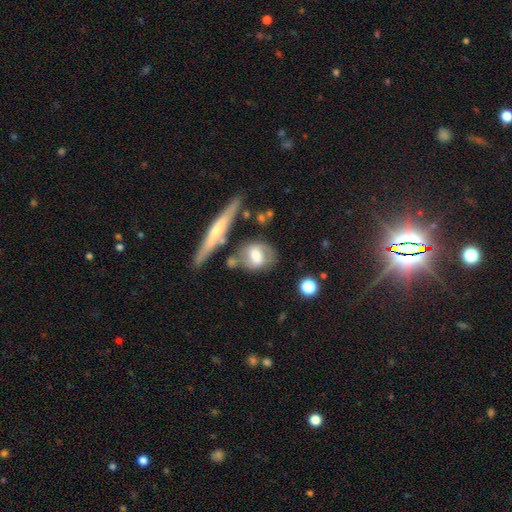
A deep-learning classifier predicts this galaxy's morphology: Smooth or featured: smooth — 47% (featured or disk — 46%)
Merging: none — 61% (minor disturbance — 20%)